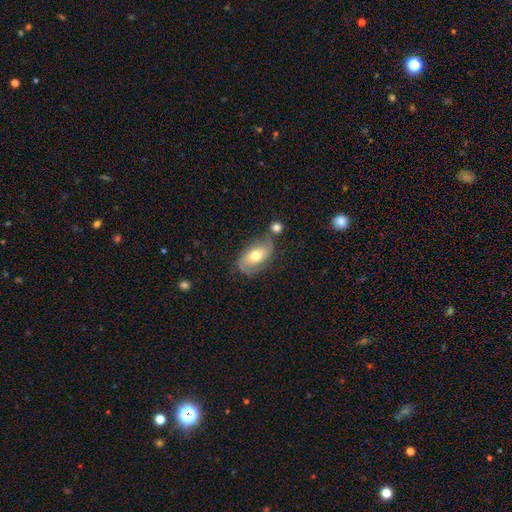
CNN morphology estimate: featured or disk 47%, smooth 45%, star or artifact 7%. Down the decision tree: merging — none (54%).